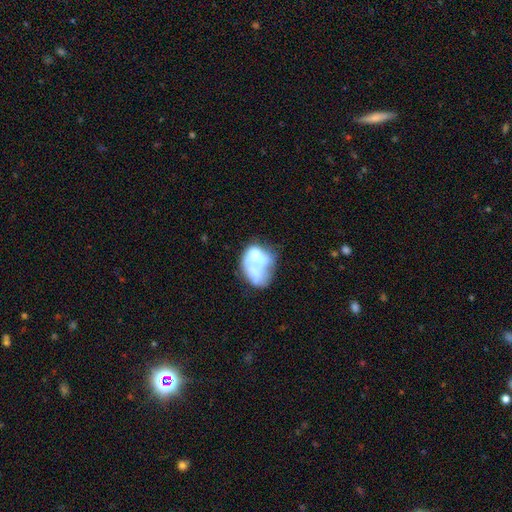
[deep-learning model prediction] Smooth or featured?
  - smooth: 47% *
  - featured or disk: 44%
  - star or artifact: 10%
Merging?
  - merger: 41% *
  - major disturbance: 24%
  - none: 19%
  - minor disturbance: 15%